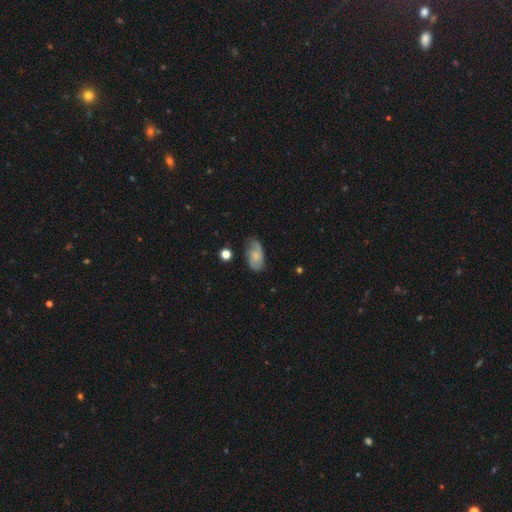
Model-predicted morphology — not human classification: smooth-or-featured: featured or disk: 57% | smooth: 36% | star or artifact: 8%
  disk-edge-on: no: 95% | yes: 5%
    bar: no: 69% | weak: 27% | strong: 4%
    has-spiral-arms: yes: 90% | no: 10%
    bulge-size: small: 52% | moderate: 25% | none: 19% | large: 3% | dominant: 1%
  merging: none: 64% | minor disturbance: 25% | major disturbance: 9% | merger: 2%